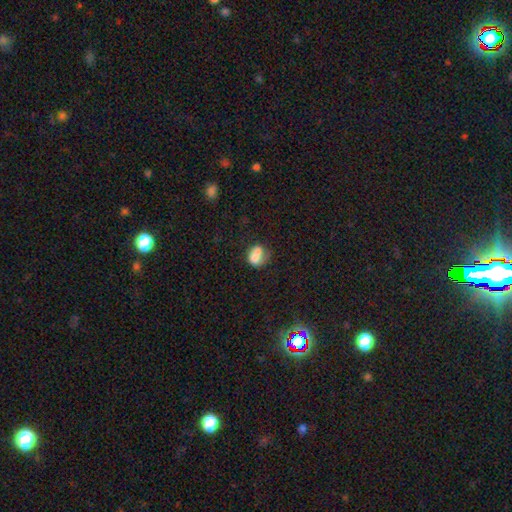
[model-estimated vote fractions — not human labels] A smooth galaxy with no disk features (71%) that is in between round and cigar-shaped (57%). Merging: none (34%).